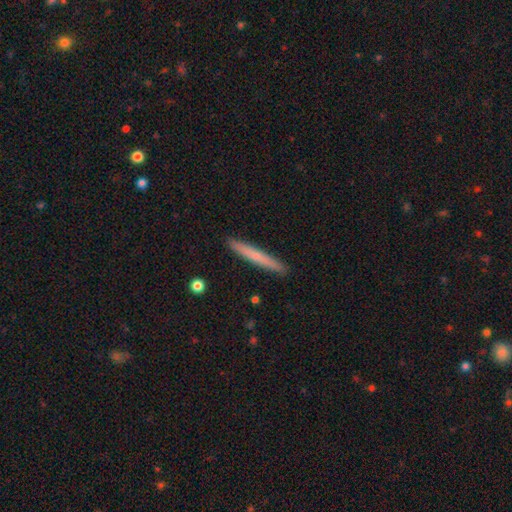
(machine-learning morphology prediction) Smooth or featured?
  - smooth: 57% *
  - featured or disk: 37%
  - star or artifact: 6%
How rounded?
  - cigar-shaped: 96% *
  - in between: 2%
  - round: 1%
Merging?
  - none: 92% *
  - minor disturbance: 6%
  - major disturbance: 1%
  - merger: 1%